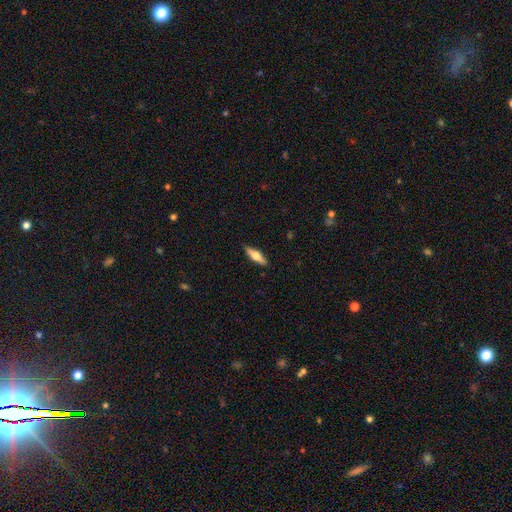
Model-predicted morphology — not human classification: This appears to be a smooth galaxy with no disk features (52%) that is cigar-shaped (59%). Merging: none (89%).